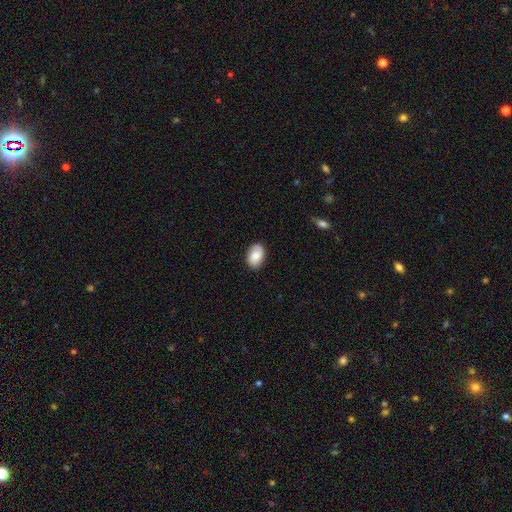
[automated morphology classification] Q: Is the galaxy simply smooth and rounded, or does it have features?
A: smooth — 83%.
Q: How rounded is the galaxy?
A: in between — 90%.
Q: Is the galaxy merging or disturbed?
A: none — 85%.